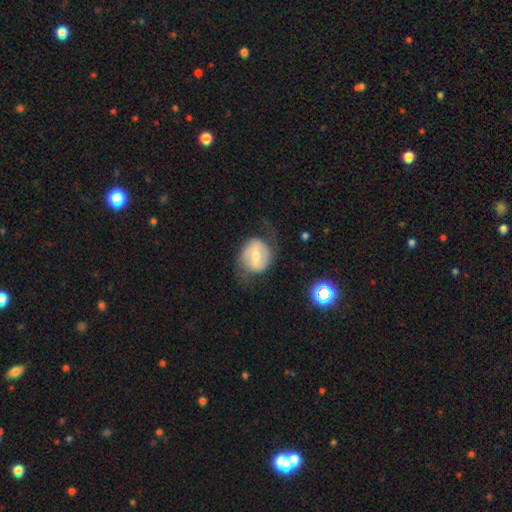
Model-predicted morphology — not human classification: type=featured or disk (56%); edge-on=no (96%); bar=weak (48%); spiral arms=yes (76%); bulge=moderate (49%); merging=none (55%).